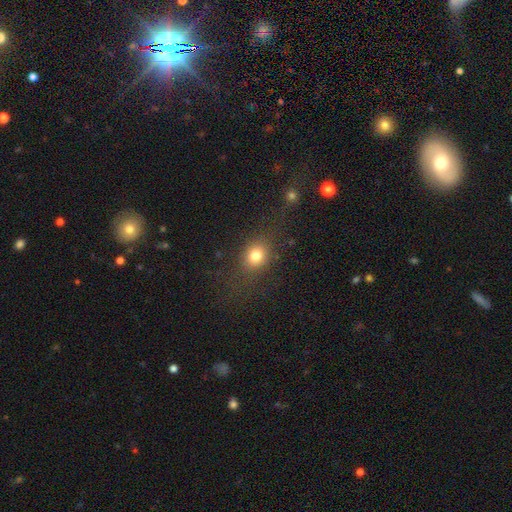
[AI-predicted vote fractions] Smooth or featured? smooth (79%)
How rounded? round (52%)
Merging? none (74%)